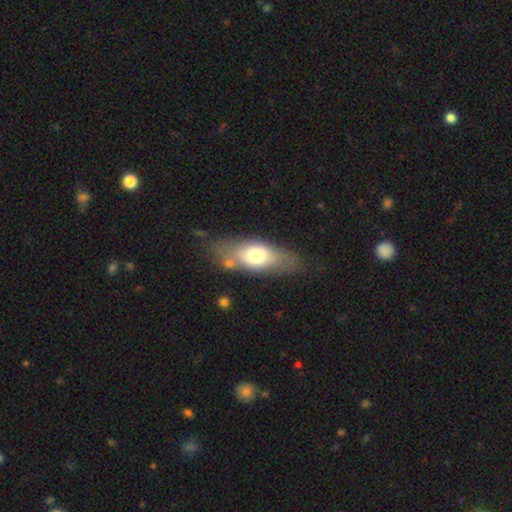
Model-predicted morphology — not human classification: Q: Smooth or featured?
A: smooth (64%); runner-up: featured or disk (28%)
Q: How rounded?
A: in between (73%); runner-up: cigar-shaped (22%)
Q: Merging?
A: none (69%); runner-up: minor disturbance (18%)